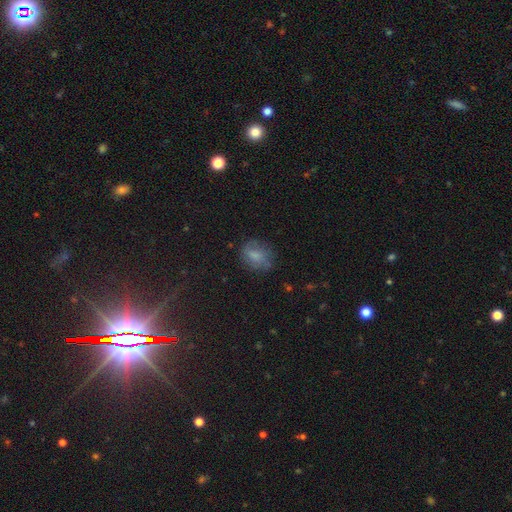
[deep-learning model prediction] This is likely a smooth galaxy (70%). How rounded: possibly round (54%). Merging: likely none (65%).